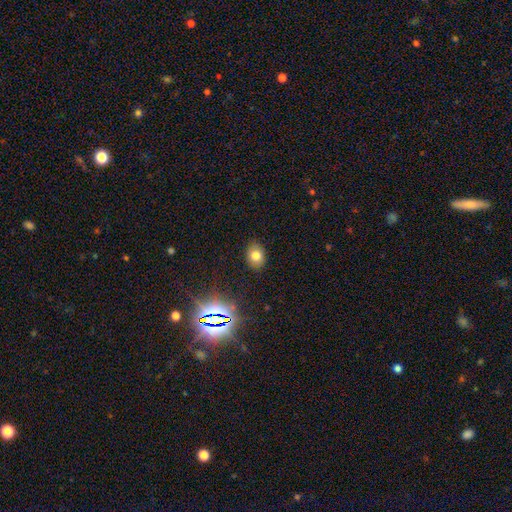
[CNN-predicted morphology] smooth 73%, star or artifact 16%, featured or disk 10%. Down the decision tree: how rounded — in between (67%); merging — none (86%).